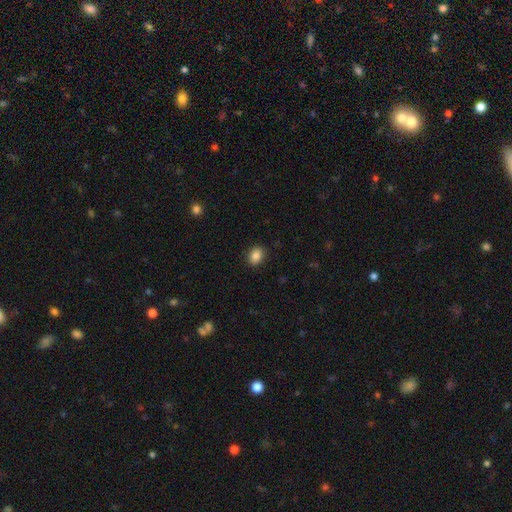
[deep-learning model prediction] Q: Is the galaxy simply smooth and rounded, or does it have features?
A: smooth — 87%.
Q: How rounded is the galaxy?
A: in between — 60%.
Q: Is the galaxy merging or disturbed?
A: none — 89%.